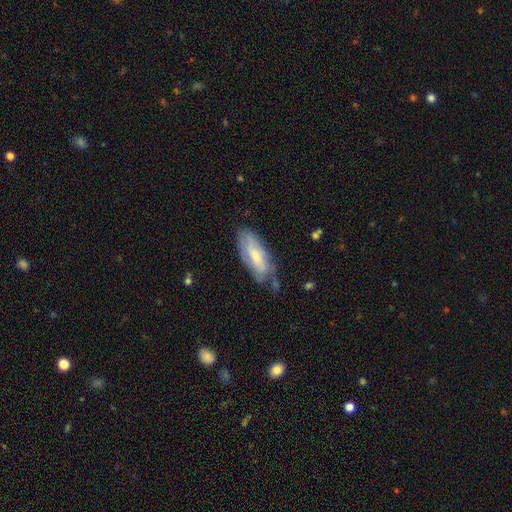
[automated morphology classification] The model was most divided on "smooth or featured": smooth: 48%, featured or disk: 44%, star or artifact: 7%. More confident: merging — none (63%).